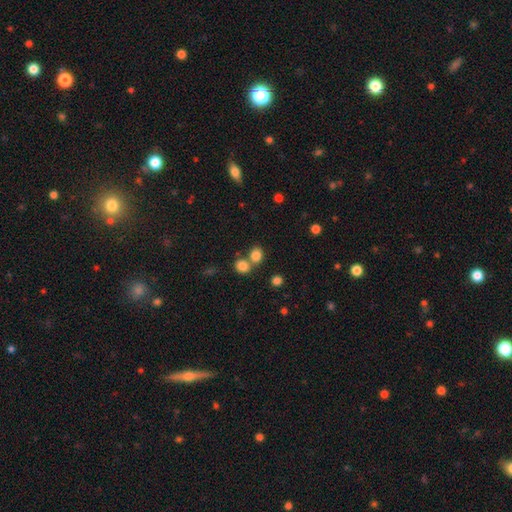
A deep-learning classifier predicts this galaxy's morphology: Smooth or featured: smooth — 82% (star or artifact — 12%)
How rounded: round — 71% (in between — 28%)
Merging: none — 56% (merger — 34%)